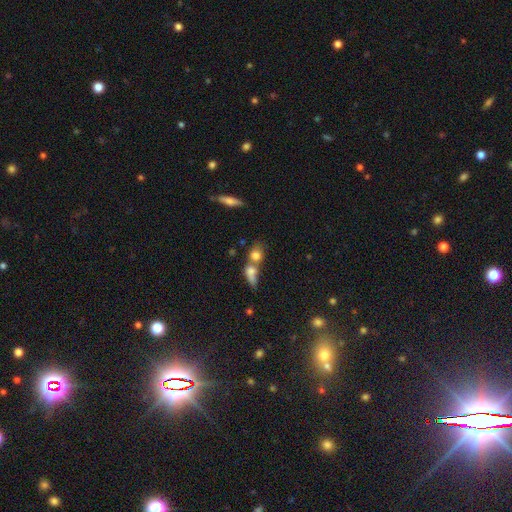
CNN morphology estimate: This appears to be a smooth galaxy with no disk features (76%) that is round (55%). Merging: merger (58%).